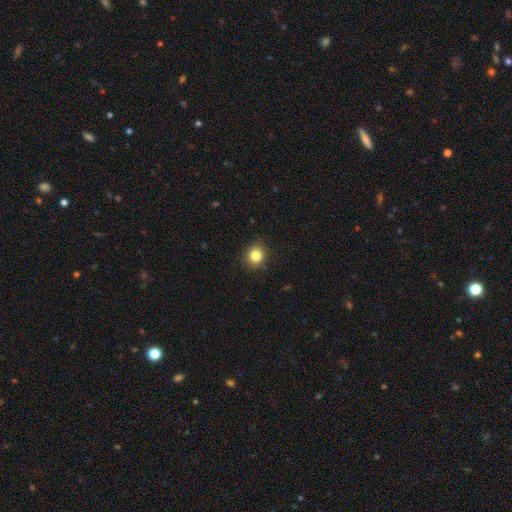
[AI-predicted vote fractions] Smooth or featured: smooth — 83% (star or artifact — 11%)
How rounded: round — 78% (in between — 21%)
Merging: none — 87% (minor disturbance — 10%)